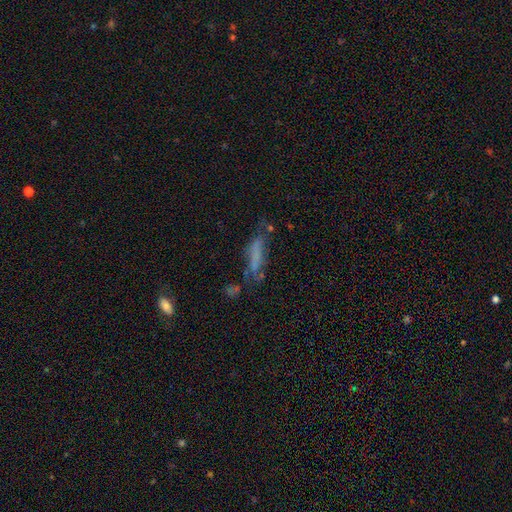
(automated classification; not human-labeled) A smooth galaxy with no disk features (56%) that is cigar-shaped (74%). Merging: none (50%).